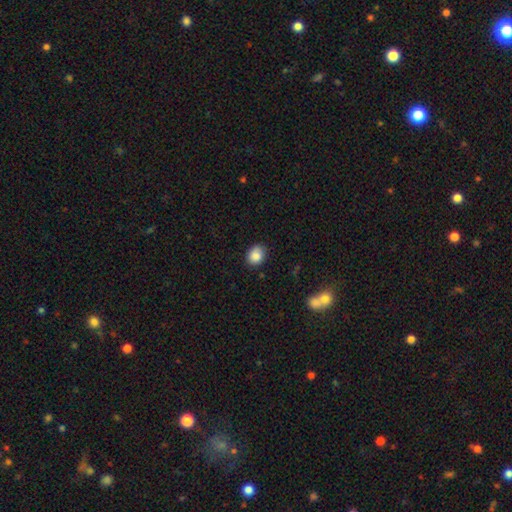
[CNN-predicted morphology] A smooth galaxy with no disk features (86%) that is in between round and cigar-shaped (53%). Merging: none (81%).